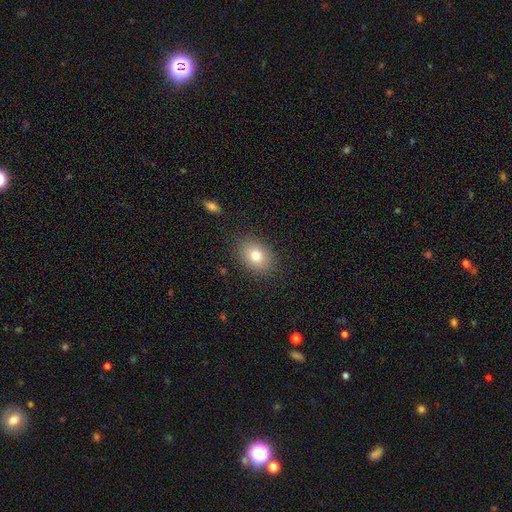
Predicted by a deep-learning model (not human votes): This is likely a smooth galaxy (78%). How rounded: likely in between (64%). Merging: clearly none (86%).